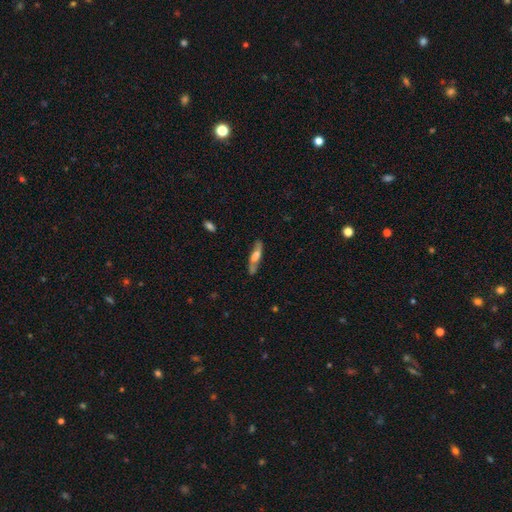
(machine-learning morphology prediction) Overall: featured or disk (48%; smooth 45%). Merging: none (70%).